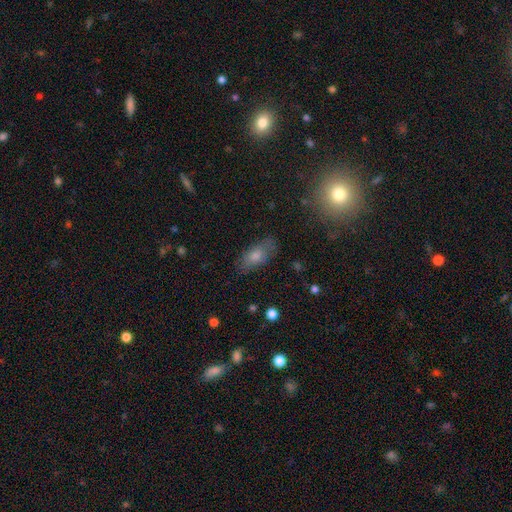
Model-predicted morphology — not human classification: Q: Smooth or featured?
A: smooth (74%); runner-up: featured or disk (17%)
Q: How rounded?
A: in between (84%); runner-up: cigar-shaped (12%)
Q: Merging?
A: none (78%); runner-up: minor disturbance (16%)